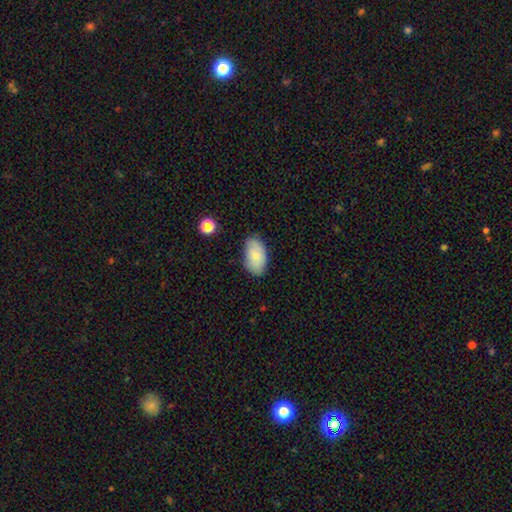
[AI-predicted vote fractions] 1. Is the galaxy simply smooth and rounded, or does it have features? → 79% smooth, 14% featured or disk, 7% star or artifact.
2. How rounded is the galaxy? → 94% in between, 5% round, 1% cigar-shaped.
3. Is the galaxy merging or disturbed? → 78% none, 17% minor disturbance, 3% major disturbance, 2% merger.